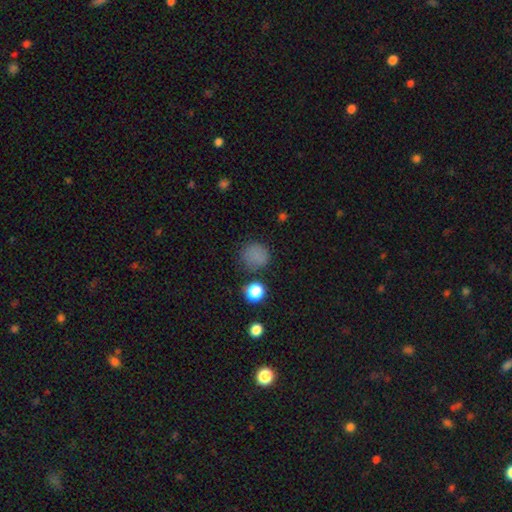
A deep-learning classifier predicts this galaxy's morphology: type=smooth (78%); roundness=round (88%); merging=none (72%).